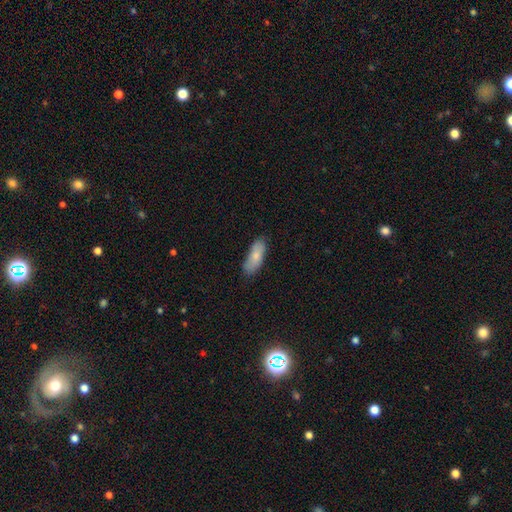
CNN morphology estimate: Smooth or featured: smooth — 80% (featured or disk — 14%)
How rounded: in between — 72% (cigar-shaped — 26%)
Merging: none — 77% (minor disturbance — 19%)